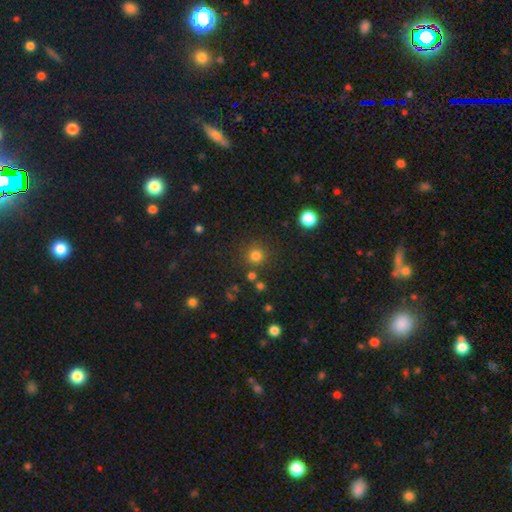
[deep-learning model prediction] Smooth or featured? smooth (78%)
How rounded? round (93%)
Merging? none (84%)